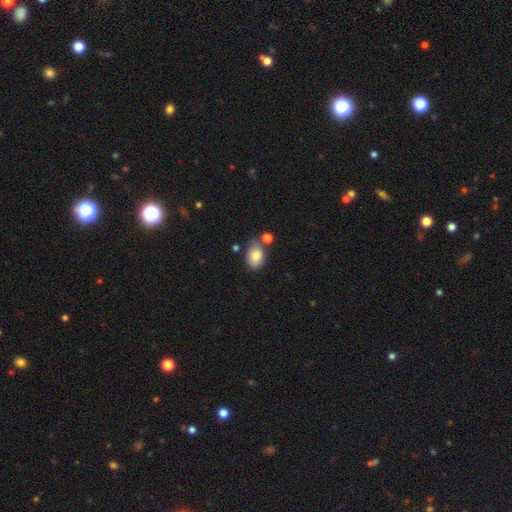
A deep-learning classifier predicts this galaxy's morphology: smooth-or-featured: smooth: 82% | featured or disk: 10% | star or artifact: 8%
  how-rounded: in between: 84% | round: 15% | cigar-shaped: 1%
  merging: none: 64% | minor disturbance: 18% | merger: 14% | major disturbance: 4%